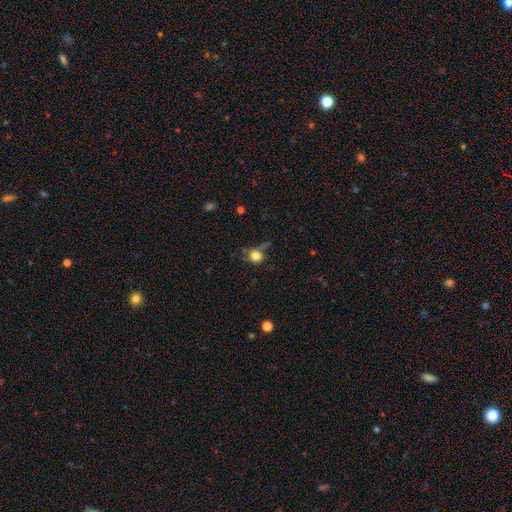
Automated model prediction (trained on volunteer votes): Smooth or featured? smooth (77%)
How rounded? round (76%)
Merging? none (49%)